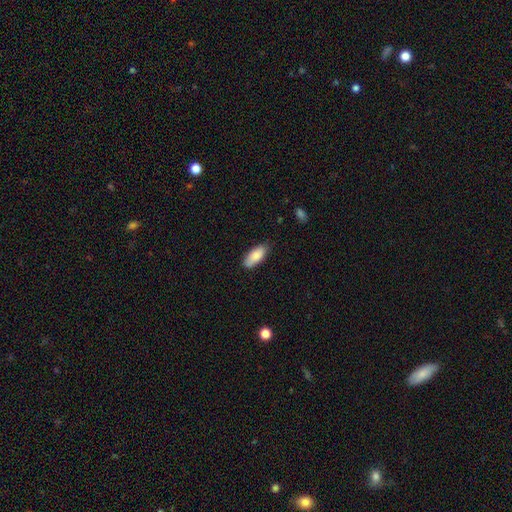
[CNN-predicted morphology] This is clearly a smooth galaxy (86%). How rounded: clearly in between (83%). Merging: likely none (79%).